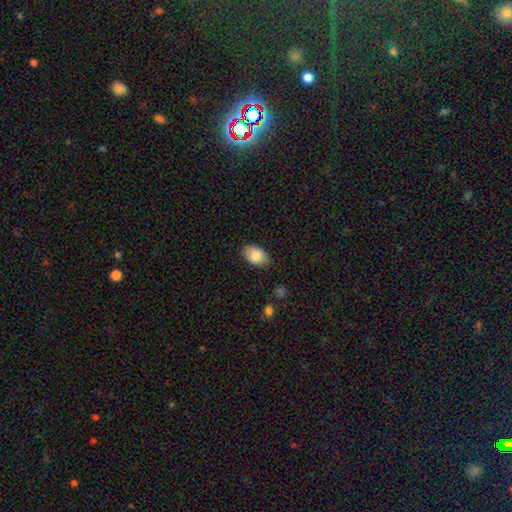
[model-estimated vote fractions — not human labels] smooth-or-featured: smooth: 84% | featured or disk: 9% | star or artifact: 7%
  how-rounded: in between: 91% | round: 8% | cigar-shaped: 1%
  merging: none: 82% | minor disturbance: 14% | major disturbance: 3% | merger: 1%